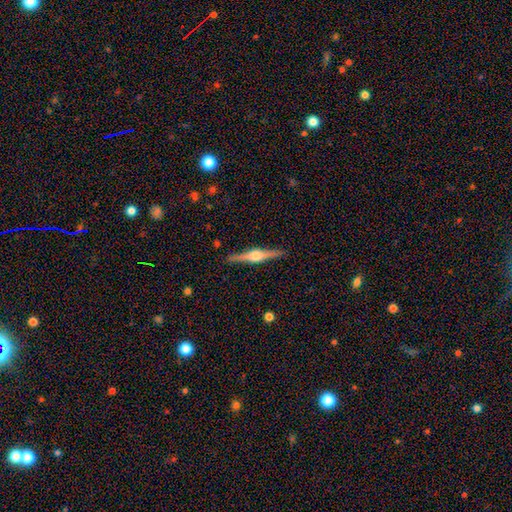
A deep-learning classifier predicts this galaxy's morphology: A featured or disk galaxy (81%) viewed edge-on (98%) with a rounded central bulge (92%). Merging: none (91%).